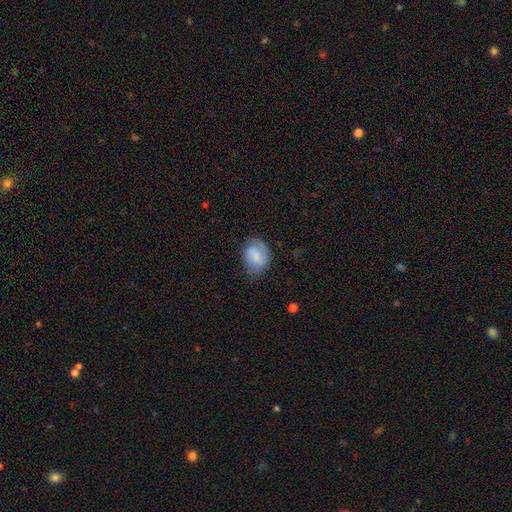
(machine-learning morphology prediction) A smooth galaxy with no disk features (69%) that is in between round and cigar-shaped (64%). Merging: none (62%).